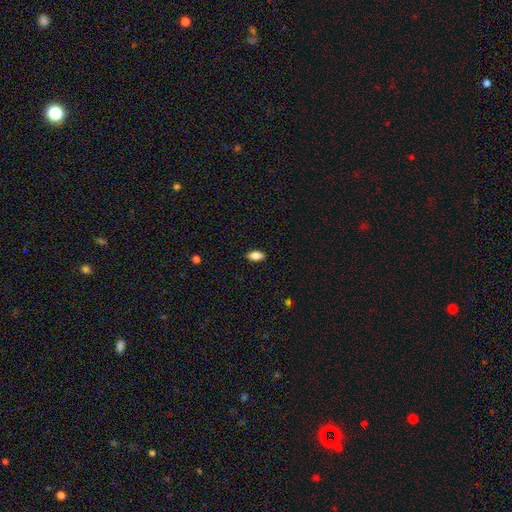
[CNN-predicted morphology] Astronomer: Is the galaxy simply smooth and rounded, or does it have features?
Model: smooth — 82%.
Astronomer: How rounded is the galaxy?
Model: in between — 89%.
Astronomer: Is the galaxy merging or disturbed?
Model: none — 88%.